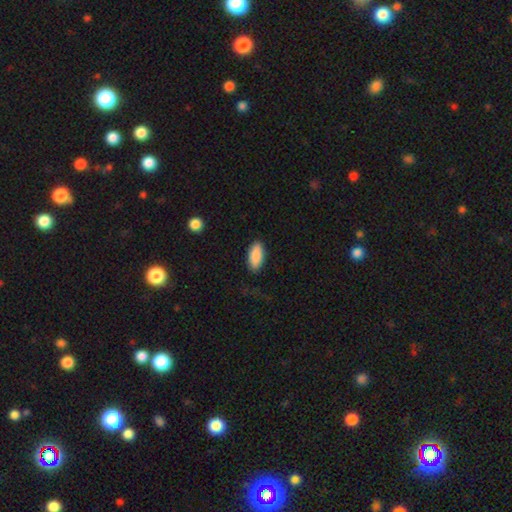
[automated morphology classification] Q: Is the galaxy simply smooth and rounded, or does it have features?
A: smooth — 89%.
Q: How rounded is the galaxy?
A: in between — 90%.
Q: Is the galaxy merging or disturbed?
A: none — 84%.